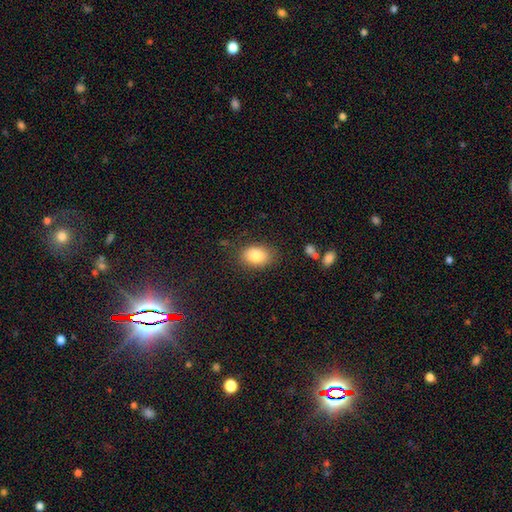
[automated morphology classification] This is clearly a smooth galaxy (83%). How rounded: likely in between (77%). Merging: clearly none (81%).